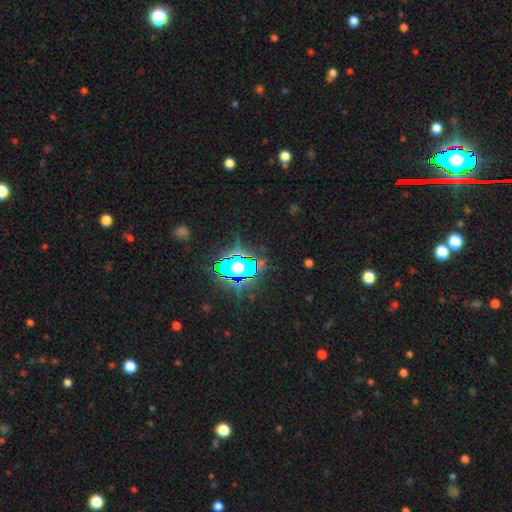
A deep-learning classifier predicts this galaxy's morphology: Overall: star or artifact (80%).